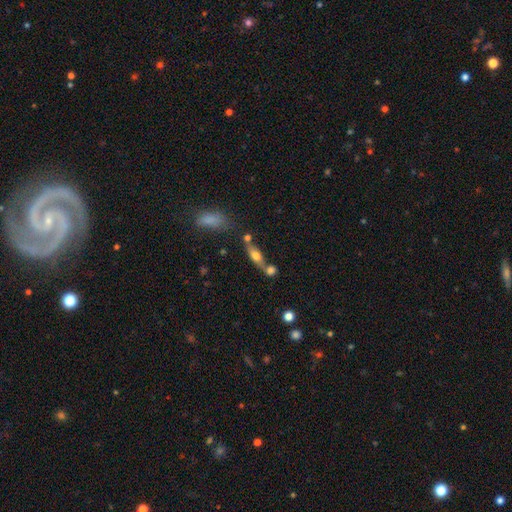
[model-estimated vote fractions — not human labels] Morphology: type=smooth (60%); roundness=in between (57%); merging=none (45%).